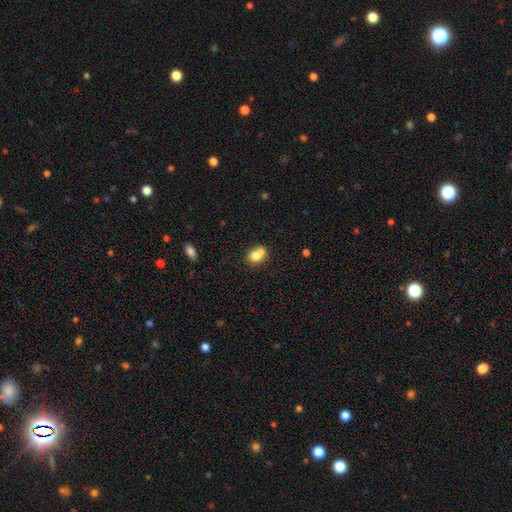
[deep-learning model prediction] Smooth or featured?
  - smooth: 75% *
  - featured or disk: 15%
  - star or artifact: 10%
How rounded?
  - round: 54% *
  - in between: 45%
  - cigar-shaped: 1%
Merging?
  - merger: 41% *
  - none: 39%
  - minor disturbance: 15%
  - major disturbance: 5%